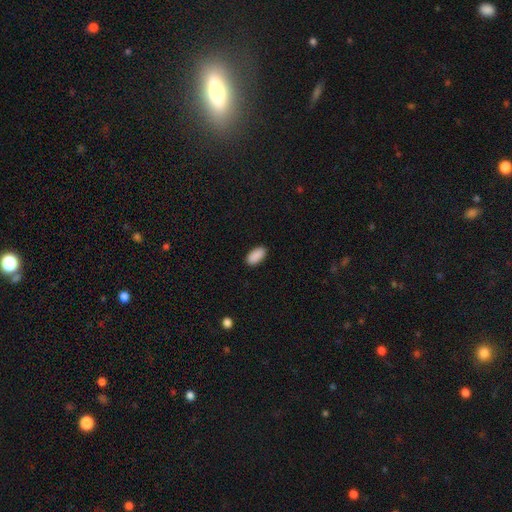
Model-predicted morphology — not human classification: This appears to be a smooth galaxy with no disk features (91%) that is in between round and cigar-shaped (94%). Merging: none (90%).